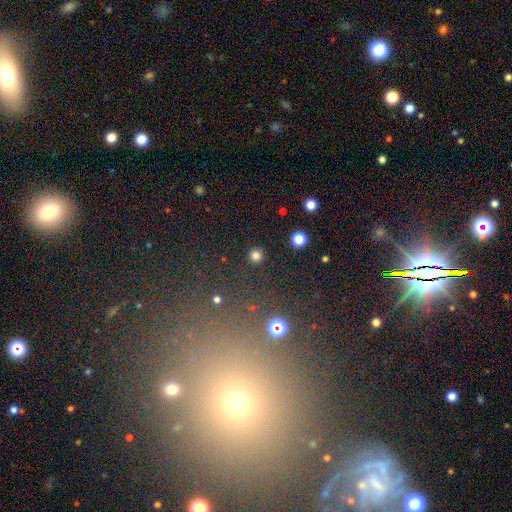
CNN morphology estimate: smooth-or-featured: smooth: 80% | star or artifact: 15% | featured or disk: 4%
  how-rounded: round: 95% | in between: 4% | cigar-shaped: 1%
  merging: none: 90% | minor disturbance: 5% | major disturbance: 2% | merger: 2%